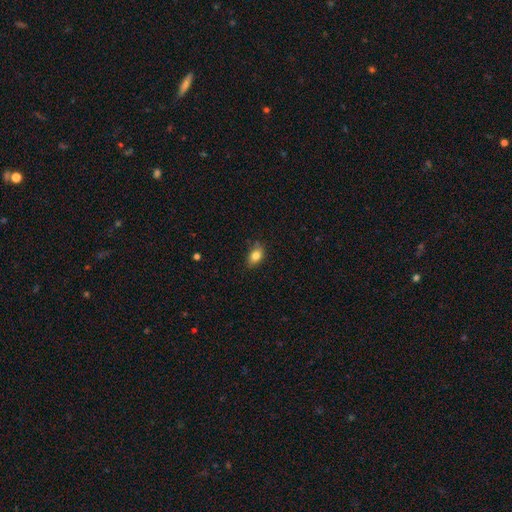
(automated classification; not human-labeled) Smooth or featured: smooth — 83% (star or artifact — 9%)
How rounded: in between — 82% (round — 16%)
Merging: none — 73% (minor disturbance — 22%)